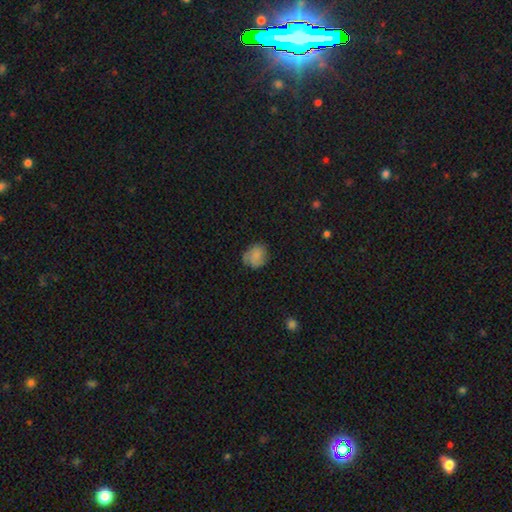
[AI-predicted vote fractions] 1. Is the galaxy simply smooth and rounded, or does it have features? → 70% smooth, 19% featured or disk, 11% star or artifact.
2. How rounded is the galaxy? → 60% round, 39% in between, 1% cigar-shaped.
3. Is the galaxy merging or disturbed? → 63% none, 27% minor disturbance, 9% major disturbance, 2% merger.